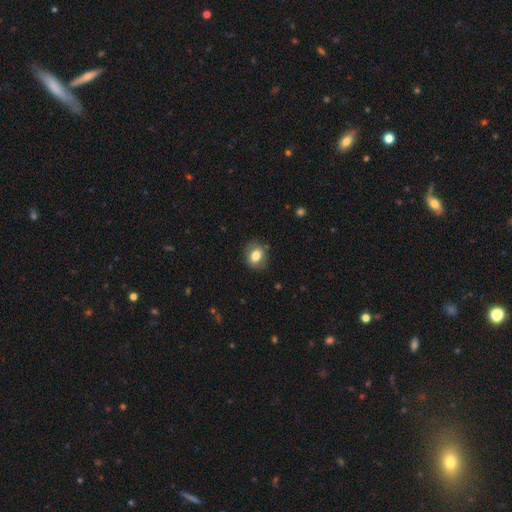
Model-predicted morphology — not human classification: Smooth or featured?
  - smooth: 75% *
  - featured or disk: 17%
  - star or artifact: 8%
How rounded?
  - in between: 53% *
  - round: 46%
  - cigar-shaped: 1%
Merging?
  - none: 81% *
  - minor disturbance: 14%
  - major disturbance: 4%
  - merger: 1%